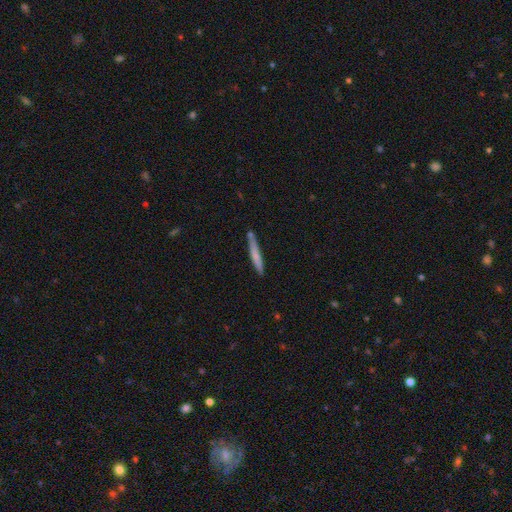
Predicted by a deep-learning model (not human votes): The model was most divided on "smooth or featured": smooth: 69%, featured or disk: 25%, star or artifact: 6%. More confident: how rounded — cigar-shaped (95%); merging — none (75%).